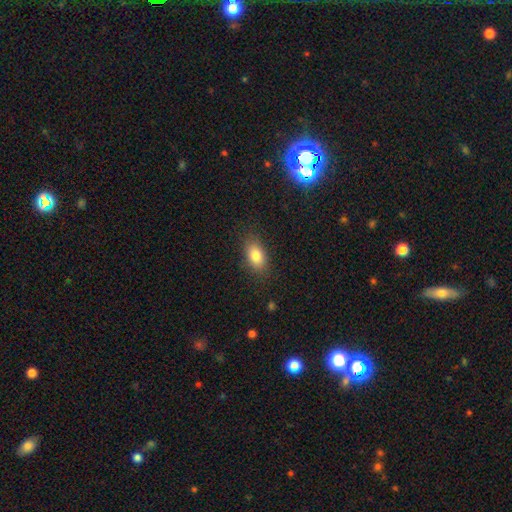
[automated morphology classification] Smooth or featured? Predicted: smooth (p=0.83). How rounded? Predicted: in between (p=0.87). Merging? Predicted: none (p=0.84).